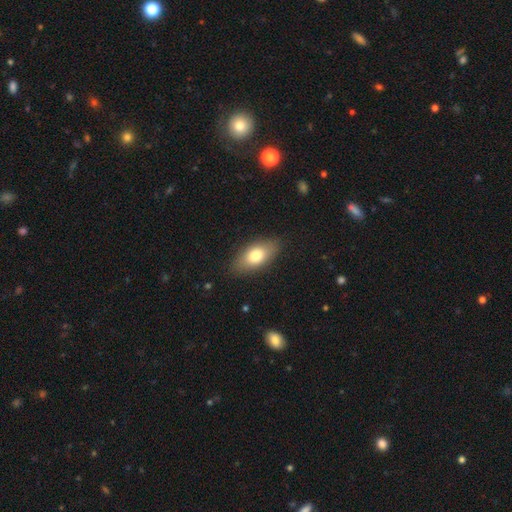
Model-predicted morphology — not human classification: Smooth or featured? Predicted: smooth (p=0.75). How rounded? Predicted: in between (p=0.88). Merging? Predicted: none (p=0.85).